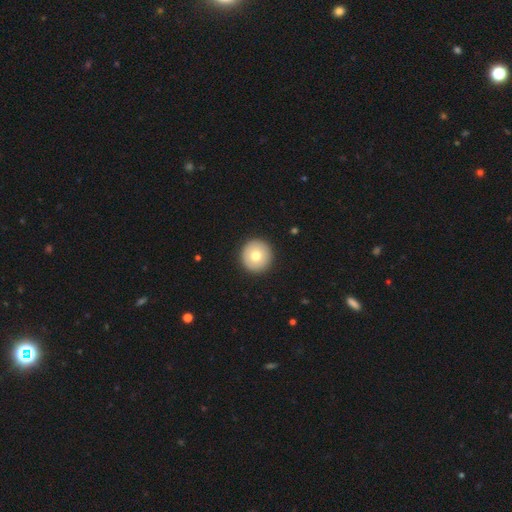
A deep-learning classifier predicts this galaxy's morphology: Smooth or featured: smooth — 74% (featured or disk — 18%)
How rounded: round — 96% (in between — 3%)
Merging: none — 94% (minor disturbance — 4%)